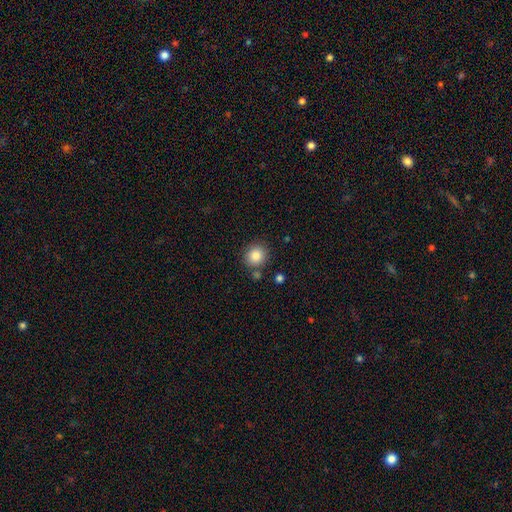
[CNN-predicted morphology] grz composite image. It shows a smooth galaxy with no disk features (83%) that is round (84%). Merging: none (82%).